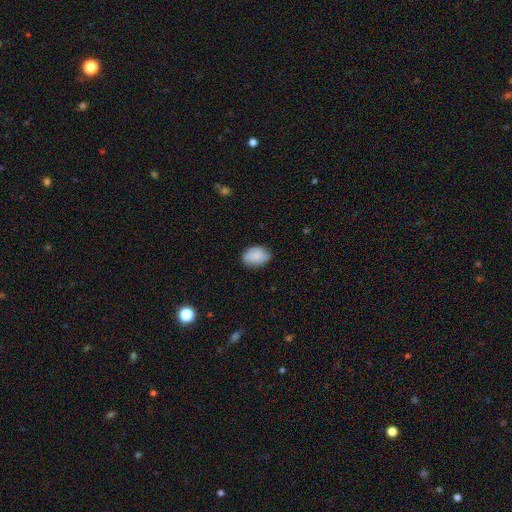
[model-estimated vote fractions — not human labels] A smooth galaxy with no disk features (84%) that is in between round and cigar-shaped (81%). Merging: none (77%).